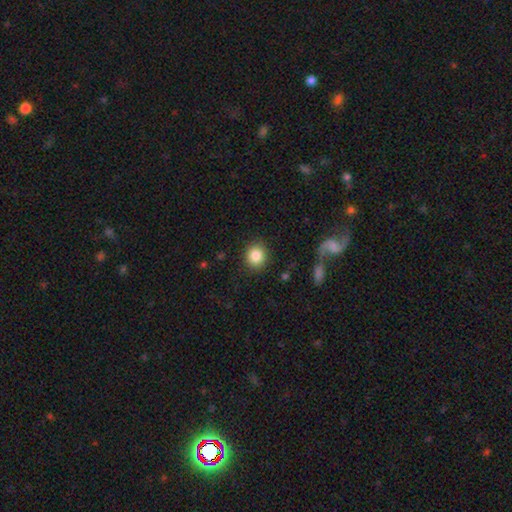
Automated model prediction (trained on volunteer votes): A smooth galaxy with no disk features (86%) that is round (87%).

Vote fractions:
- Smooth or featured? smooth: 86% / star or artifact: 8% / featured or disk: 6%
- How rounded? round: 87% / in between: 12% / cigar-shaped: 1%
- Merging? none: 88% / minor disturbance: 7% / major disturbance: 3% / merger: 2%